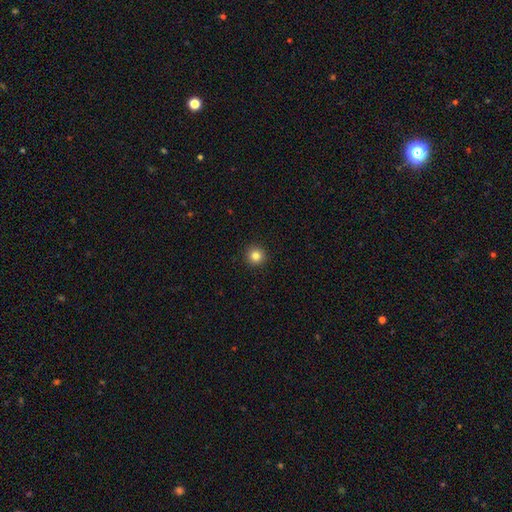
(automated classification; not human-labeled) smooth-or-featured: smooth: 82% | star or artifact: 12% | featured or disk: 6%
  how-rounded: round: 96% | in between: 3% | cigar-shaped: 1%
  merging: none: 93% | minor disturbance: 4% | major disturbance: 2% | merger: 1%